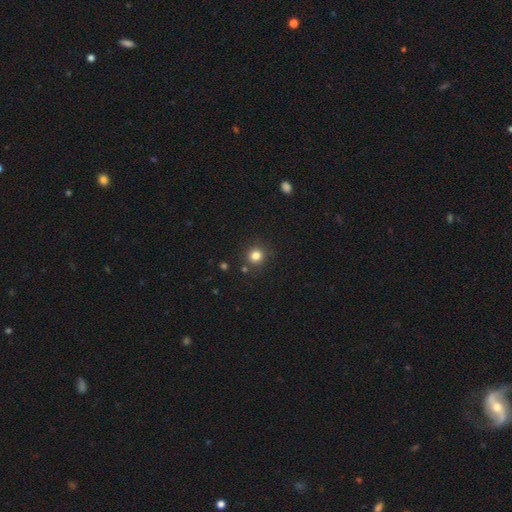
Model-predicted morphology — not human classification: A smooth galaxy with no disk features (81%) that is round (91%).

Vote fractions:
- Smooth or featured? smooth: 81% / star or artifact: 13% / featured or disk: 5%
- How rounded? round: 91% / in between: 8% / cigar-shaped: 1%
- Merging? none: 86% / minor disturbance: 8% / merger: 4% / major disturbance: 2%